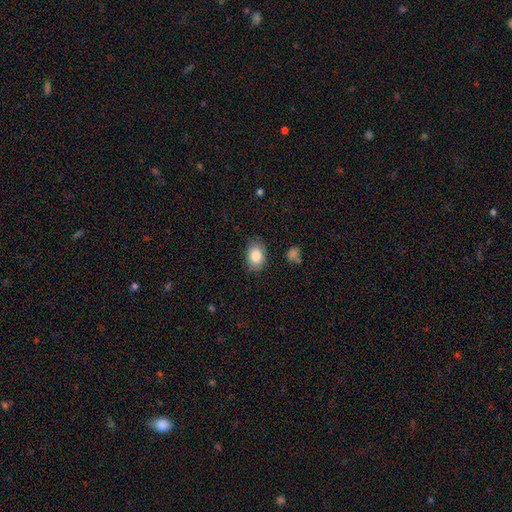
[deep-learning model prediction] Overall: smooth (84%). How rounded: in between (81%). Merging: none (79%).